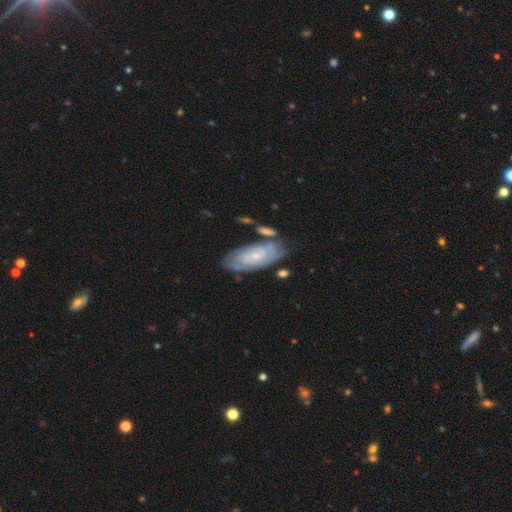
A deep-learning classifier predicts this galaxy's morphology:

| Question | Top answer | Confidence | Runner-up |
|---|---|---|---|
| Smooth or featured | featured or disk | 62% | smooth (31%) |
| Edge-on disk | no | 90% | yes (10%) |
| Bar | no | 74% | weak (21%) |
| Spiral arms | yes | 79% | no (21%) |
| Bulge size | small | 76% | moderate (19%) |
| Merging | none | 62% | minor disturbance (20%) |